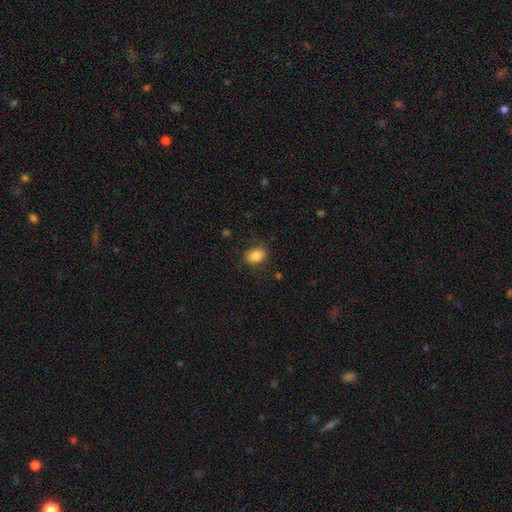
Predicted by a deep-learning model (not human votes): The model was most divided on "how rounded": in between: 75%, round: 23%, cigar-shaped: 1%. More confident: smooth or featured — smooth (84%); merging — none (81%).